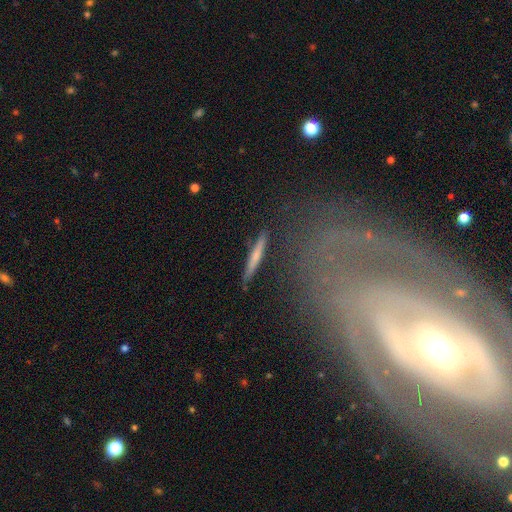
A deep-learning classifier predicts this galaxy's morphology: Smooth or featured? smooth (60%)
How rounded? cigar-shaped (94%)
Merging? none (86%)